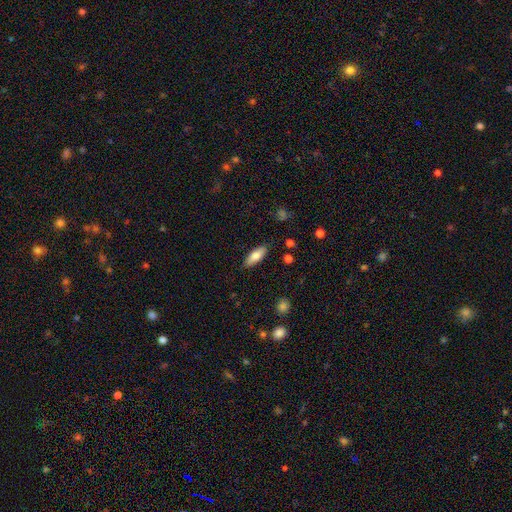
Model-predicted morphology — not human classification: Overall: smooth (76%). How rounded: in between (69%). Merging: none (87%).